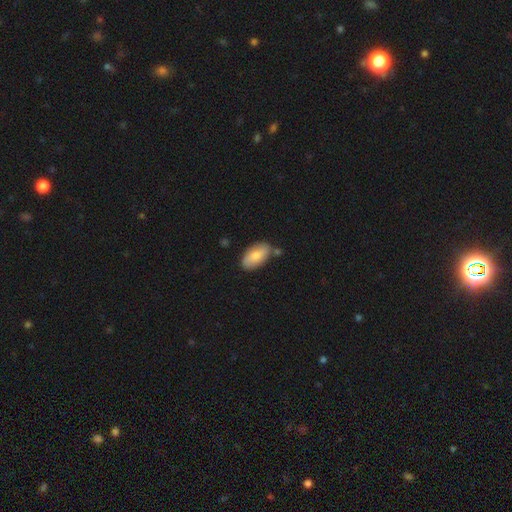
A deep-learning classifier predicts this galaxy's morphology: The model was most divided on "merging": none: 72%, minor disturbance: 17%, merger: 8%, major disturbance: 3%. More confident: how rounded — in between (94%); smooth or featured — smooth (77%).